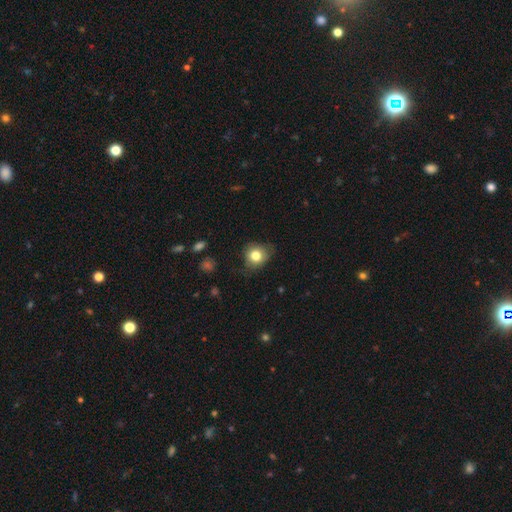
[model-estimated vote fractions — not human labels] A smooth galaxy with no disk features (80%) that is round (73%). Merging: none (65%).